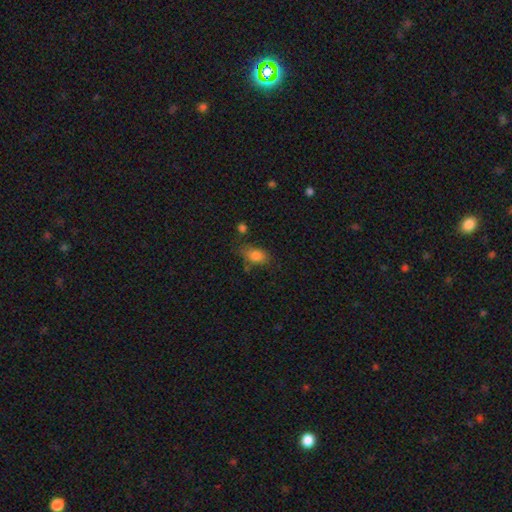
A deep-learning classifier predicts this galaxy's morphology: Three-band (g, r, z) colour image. It shows a smooth galaxy with no disk features (82%) that is in between round and cigar-shaped (82%). Merging: none (61%).